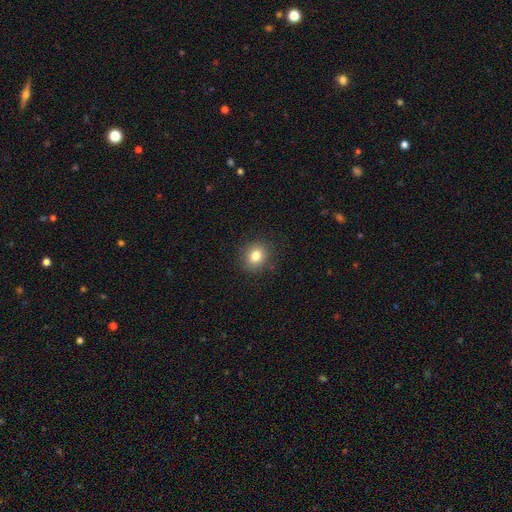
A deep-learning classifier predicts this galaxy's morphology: type=smooth (81%); roundness=round (71%); merging=none (88%).